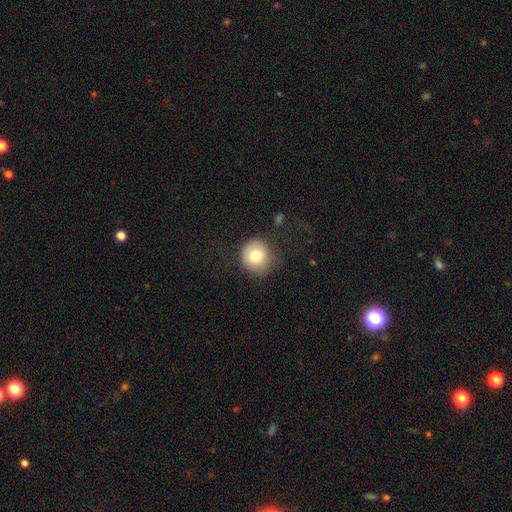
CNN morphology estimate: Smooth or featured? smooth (79%)
How rounded? round (90%)
Merging? none (76%)